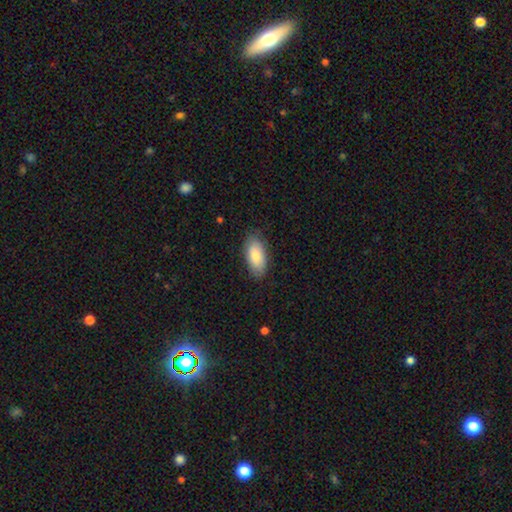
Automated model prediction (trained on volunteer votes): Overall: smooth (81%). How rounded: in between (92%). Merging: none (83%).